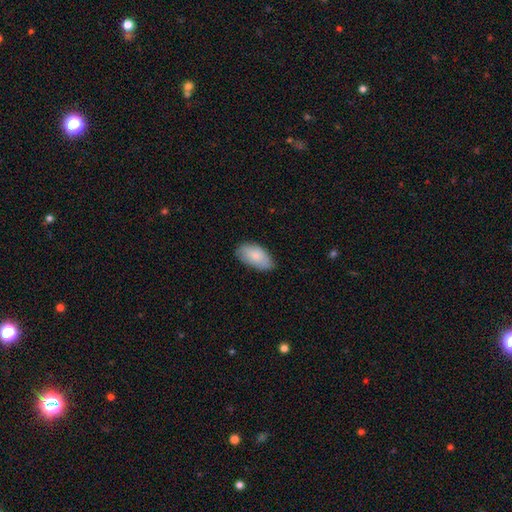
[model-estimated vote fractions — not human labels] Smooth or featured? Predicted: smooth (p=0.79). How rounded? Predicted: in between (p=0.95). Merging? Predicted: none (p=0.76).